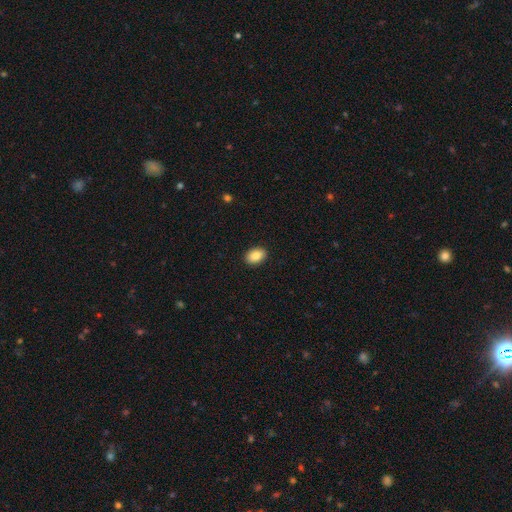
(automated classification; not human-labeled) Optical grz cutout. It shows a smooth galaxy with no disk features (87%) that is in between round and cigar-shaped (83%). Merging: none (91%).